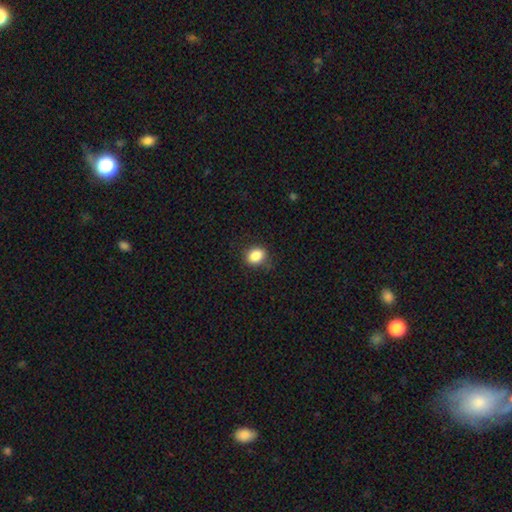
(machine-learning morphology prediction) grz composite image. It shows a smooth galaxy with no disk features (86%) that is in between round and cigar-shaped (50%). Merging: none (84%).